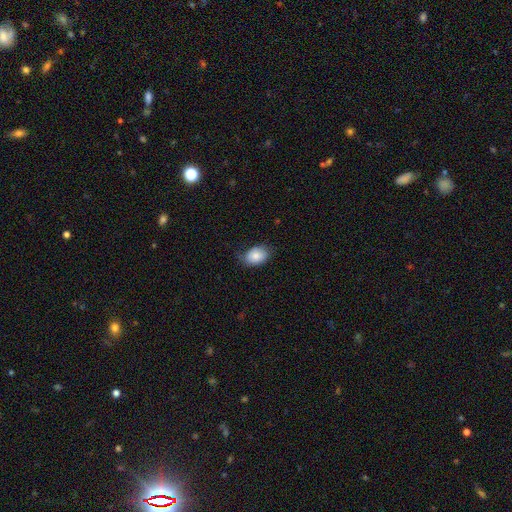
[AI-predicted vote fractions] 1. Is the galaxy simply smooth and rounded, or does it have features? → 85% smooth, 8% featured or disk, 7% star or artifact.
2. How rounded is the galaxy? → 83% in between, 16% round, 1% cigar-shaped.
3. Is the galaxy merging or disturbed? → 67% none, 26% minor disturbance, 6% major disturbance, 1% merger.